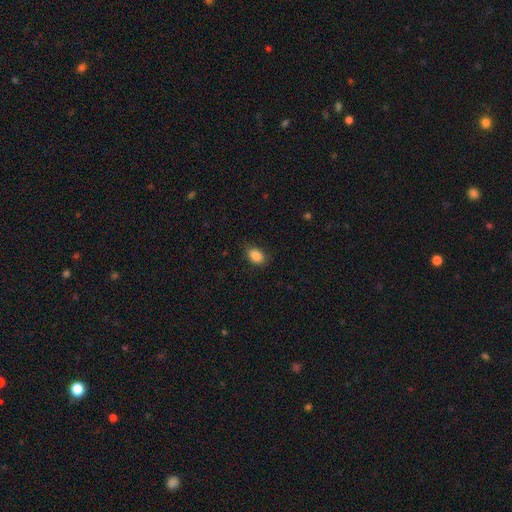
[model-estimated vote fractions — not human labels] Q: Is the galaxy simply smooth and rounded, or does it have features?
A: smooth — 88%.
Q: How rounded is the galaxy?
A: in between — 85%.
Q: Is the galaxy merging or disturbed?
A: none — 80%.